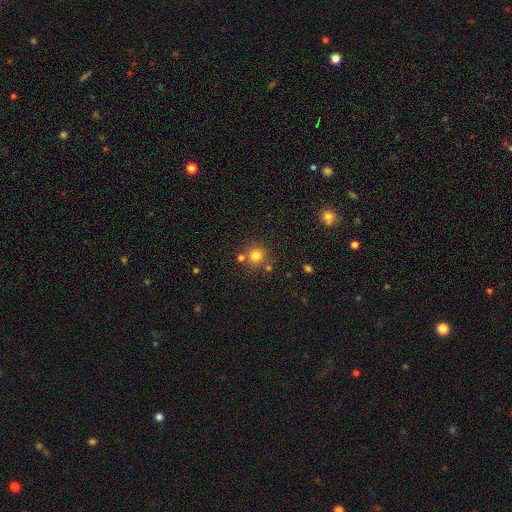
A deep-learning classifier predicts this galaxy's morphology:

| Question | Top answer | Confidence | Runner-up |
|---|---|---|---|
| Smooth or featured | smooth | 78% | star or artifact (14%) |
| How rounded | round | 94% | in between (5%) |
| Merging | none | 76% | merger (13%) |